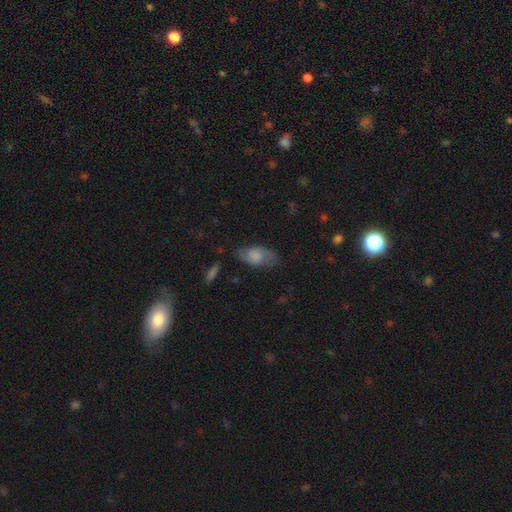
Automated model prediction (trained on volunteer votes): The model was most divided on "smooth or featured": smooth: 55%, featured or disk: 37%, star or artifact: 8%. More confident: how rounded — in between (89%); merging — none (66%).